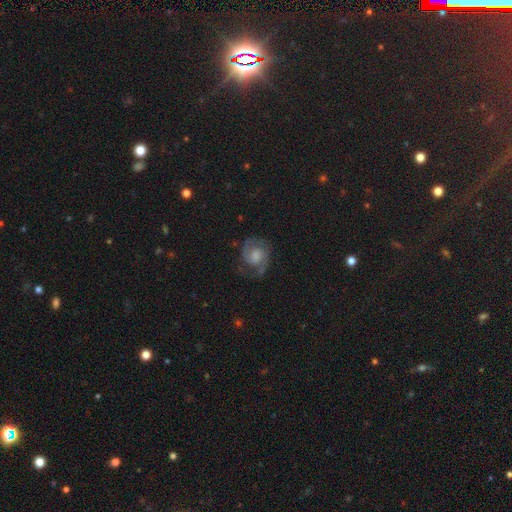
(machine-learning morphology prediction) The model was most divided on "bulge size": moderate: 34%, large: 23%, small: 21%, none: 19%, dominant: 3%. More confident: edge-on disk — no (98%); spiral arms — yes (94%); spiral arm count — 2 (87%); smooth or featured — featured or disk (76%); merging — none (66%); bar — no (56%); spiral winding — medium (52%).